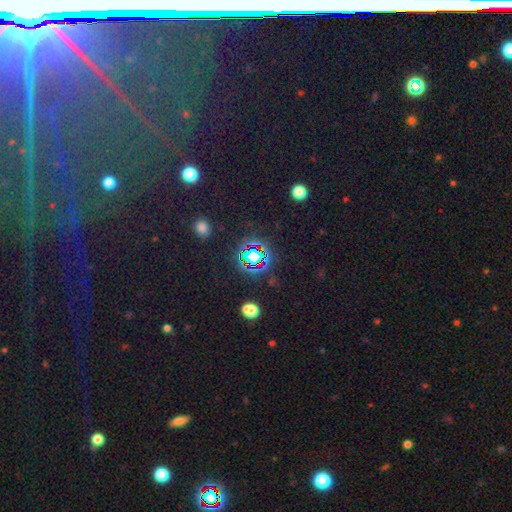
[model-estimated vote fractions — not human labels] Smooth or featured? Predicted: star or artifact (p=0.74).